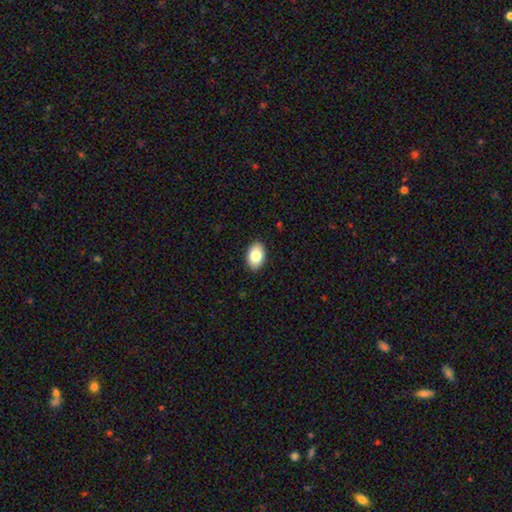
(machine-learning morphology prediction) Smooth or featured: smooth — 83% (featured or disk — 9%)
How rounded: in between — 89% (round — 10%)
Merging: none — 90% (minor disturbance — 8%)